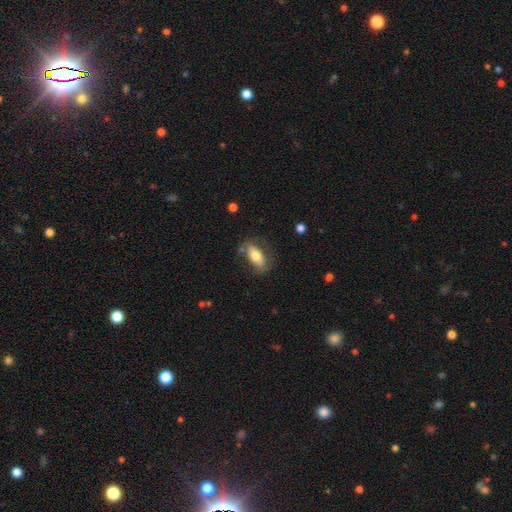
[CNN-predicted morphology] Smooth or featured: smooth — 67% (featured or disk — 26%)
How rounded: in between — 83% (cigar-shaped — 13%)
Merging: none — 73% (minor disturbance — 17%)